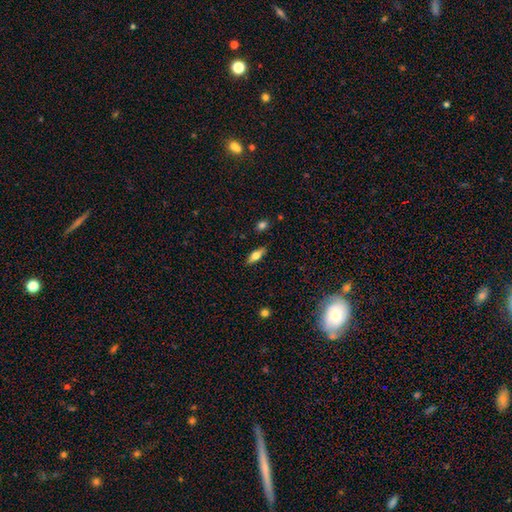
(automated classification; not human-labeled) Smooth or featured: smooth — 64% (featured or disk — 28%)
How rounded: in between — 69% (cigar-shaped — 28%)
Merging: none — 87% (minor disturbance — 9%)